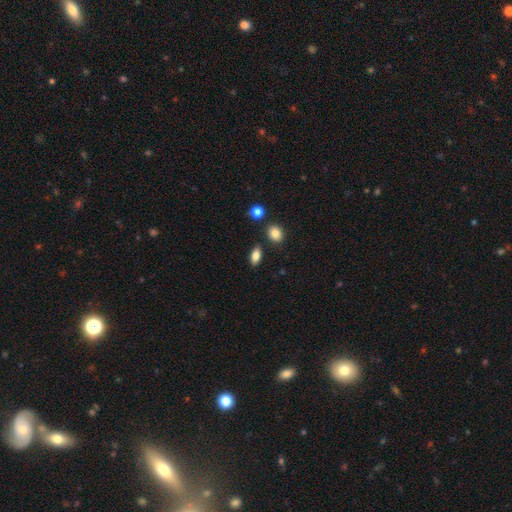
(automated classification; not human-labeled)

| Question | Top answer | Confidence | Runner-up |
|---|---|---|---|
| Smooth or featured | smooth | 82% | star or artifact (9%) |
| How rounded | in between | 86% | round (8%) |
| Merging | none | 84% | minor disturbance (9%) |